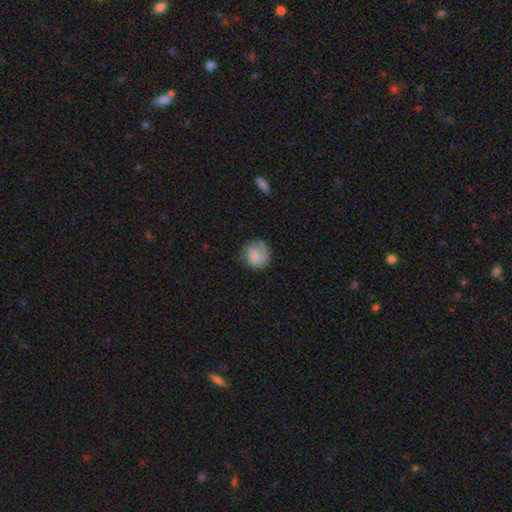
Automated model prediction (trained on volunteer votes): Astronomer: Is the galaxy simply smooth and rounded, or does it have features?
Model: smooth — 53% (runner-up: featured or disk, 40%).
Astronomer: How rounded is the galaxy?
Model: round — 79%.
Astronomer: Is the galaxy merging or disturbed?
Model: none — 64%.